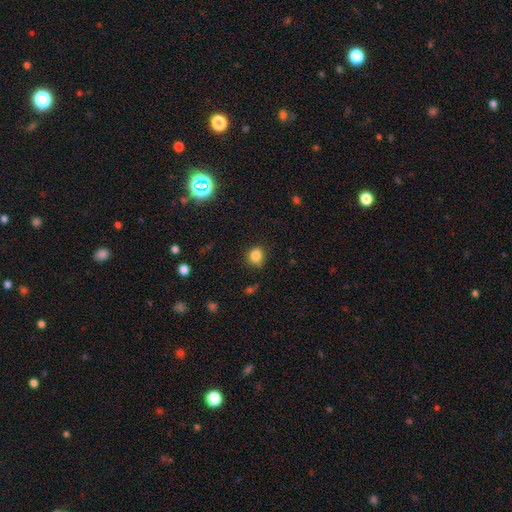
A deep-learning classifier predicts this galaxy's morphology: A smooth galaxy with no disk features (83%) that is round (79%).

Vote fractions:
- Smooth or featured? smooth: 83% / star or artifact: 12% / featured or disk: 5%
- How rounded? round: 79% / in between: 20% / cigar-shaped: 1%
- Merging? none: 76% / minor disturbance: 17% / major disturbance: 4% / merger: 2%